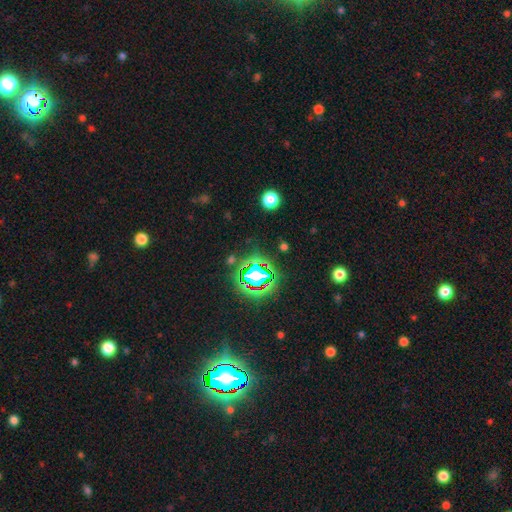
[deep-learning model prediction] Smooth or featured: star or artifact — 79% (smooth — 13%)